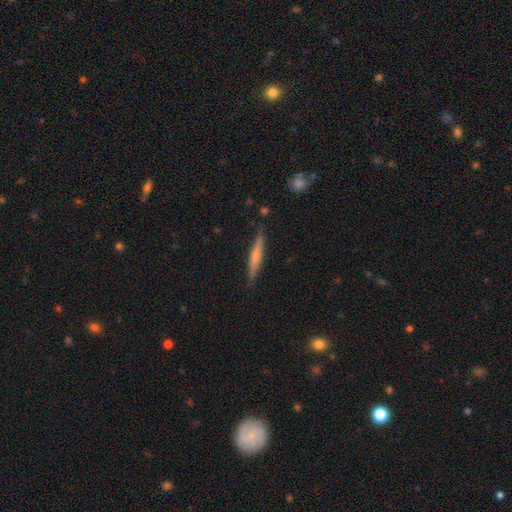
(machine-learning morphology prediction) Q: Smooth or featured?
A: smooth (55%); runner-up: featured or disk (39%)
Q: How rounded?
A: cigar-shaped (93%); runner-up: in between (5%)
Q: Merging?
A: none (86%); runner-up: minor disturbance (11%)